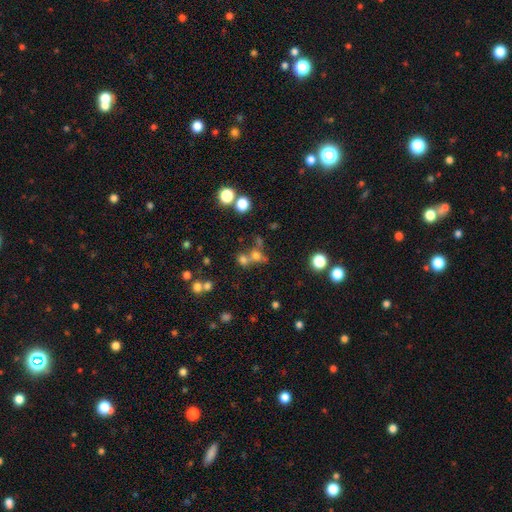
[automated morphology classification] A smooth galaxy with no disk features (60%) that is round (79%). Merging: merger (43%).